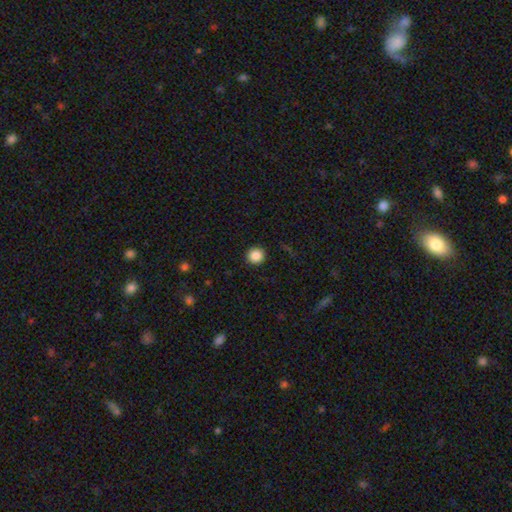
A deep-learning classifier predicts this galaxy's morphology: The model was most divided on "smooth or featured": smooth: 87%, star or artifact: 10%, featured or disk: 3%. More confident: how rounded — round (94%); merging — none (92%).